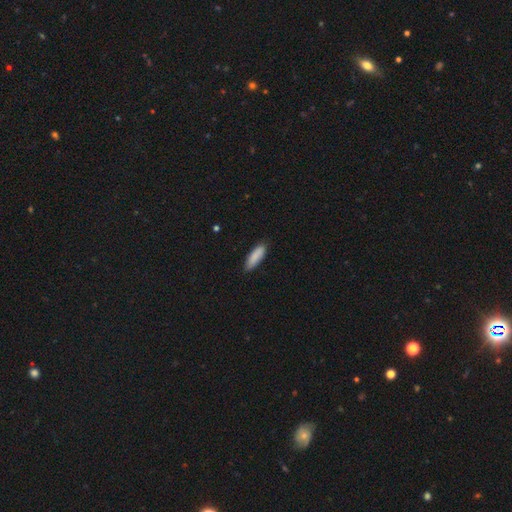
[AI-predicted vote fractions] Smooth or featured? Predicted: smooth (p=0.88). How rounded? Predicted: cigar-shaped (p=0.51). Merging? Predicted: none (p=0.85).